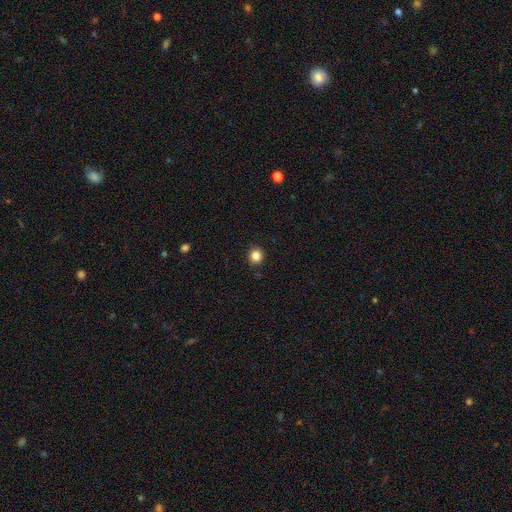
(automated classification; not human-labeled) Morphology: type=smooth (84%); roundness=round (90%); merging=none (92%).